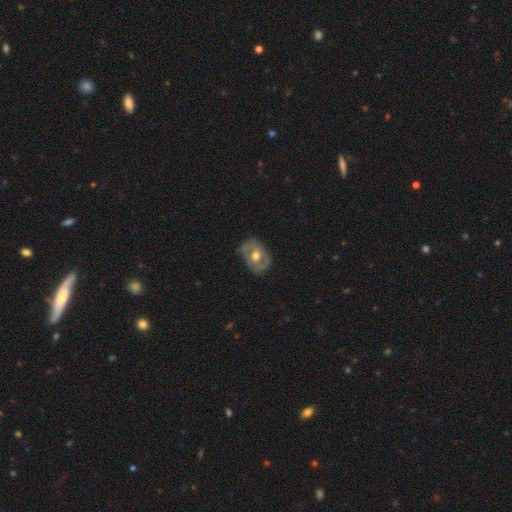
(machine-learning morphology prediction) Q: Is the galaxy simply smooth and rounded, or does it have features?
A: featured or disk — 62%.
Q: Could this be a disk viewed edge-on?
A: no — 94%.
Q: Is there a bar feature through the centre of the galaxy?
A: no — 58%.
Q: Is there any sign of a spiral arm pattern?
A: no — 51%.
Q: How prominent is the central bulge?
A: moderate — 74%.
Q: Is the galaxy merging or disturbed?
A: none — 66%.